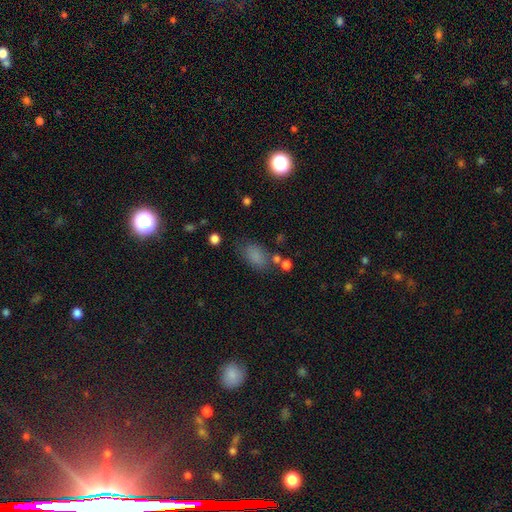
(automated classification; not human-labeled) Smooth or featured? Predicted: smooth (p=0.79). How rounded? Predicted: in between (p=0.88). Merging? Predicted: none (p=0.67).